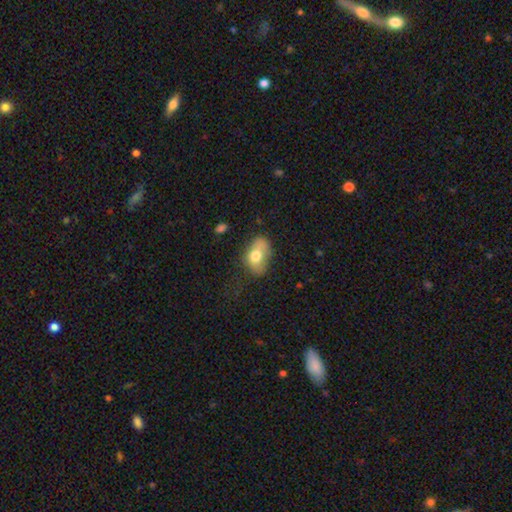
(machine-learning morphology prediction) This appears to be a smooth galaxy with no disk features (70%) that is in between round and cigar-shaped (84%). Merging: none (43%).